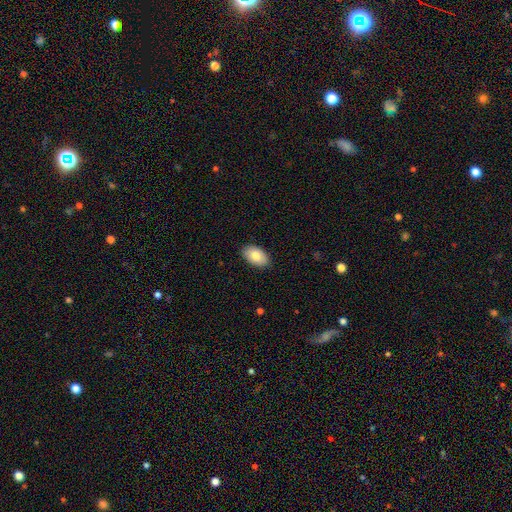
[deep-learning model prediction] Q: Smooth or featured?
A: smooth (81%); runner-up: featured or disk (13%)
Q: How rounded?
A: in between (93%); runner-up: round (6%)
Q: Merging?
A: none (87%); runner-up: minor disturbance (10%)